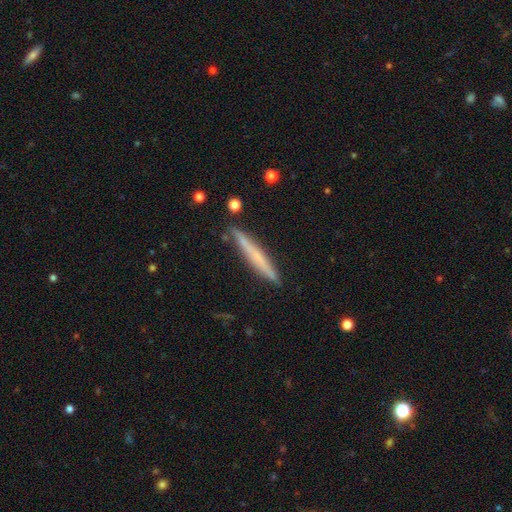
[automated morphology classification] Smooth or featured?
  - smooth: 53% *
  - featured or disk: 41%
  - star or artifact: 7%
How rounded?
  - cigar-shaped: 96% *
  - in between: 3%
  - round: 1%
Merging?
  - none: 85% *
  - minor disturbance: 11%
  - merger: 2%
  - major disturbance: 2%